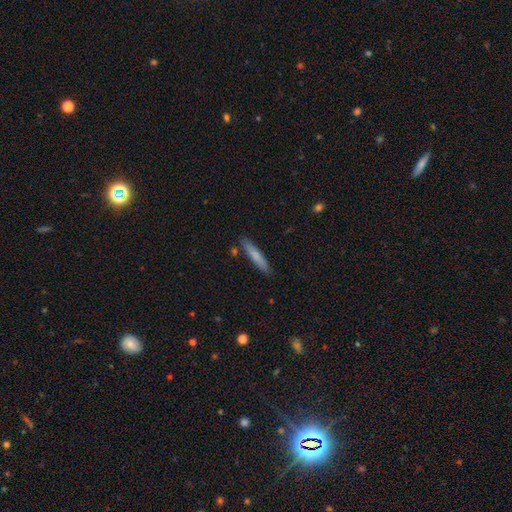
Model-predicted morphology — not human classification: Smooth or featured?
  - smooth: 74% *
  - featured or disk: 20%
  - star or artifact: 6%
How rounded?
  - cigar-shaped: 90% *
  - in between: 8%
  - round: 1%
Merging?
  - none: 86% *
  - minor disturbance: 10%
  - merger: 2%
  - major disturbance: 2%